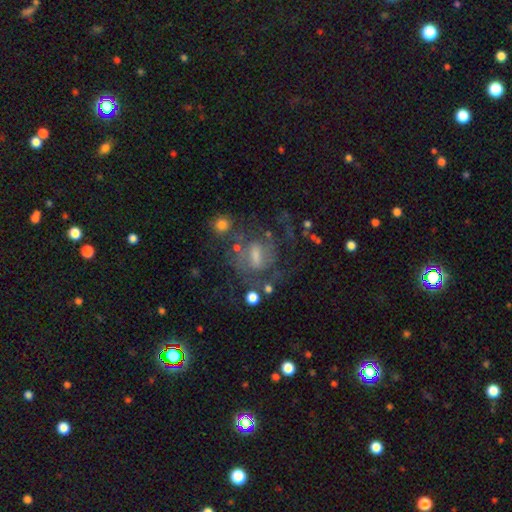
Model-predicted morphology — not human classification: type=featured or disk (65%); edge-on=no (96%); bar=weak (50%); spiral arms=yes (75%); bulge=moderate (42%); merging=none (49%).